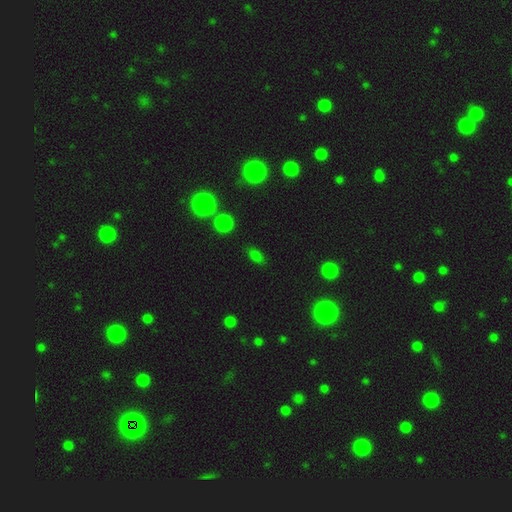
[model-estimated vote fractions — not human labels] This is likely a smooth galaxy (73%). How rounded: likely in between (77%). Merging: likely none (79%).